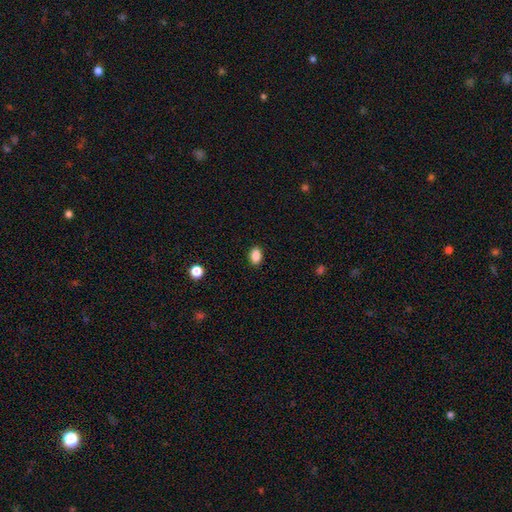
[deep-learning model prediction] Q: Smooth or featured?
A: smooth (88%); runner-up: star or artifact (9%)
Q: How rounded?
A: in between (83%); runner-up: round (15%)
Q: Merging?
A: none (89%); runner-up: minor disturbance (8%)